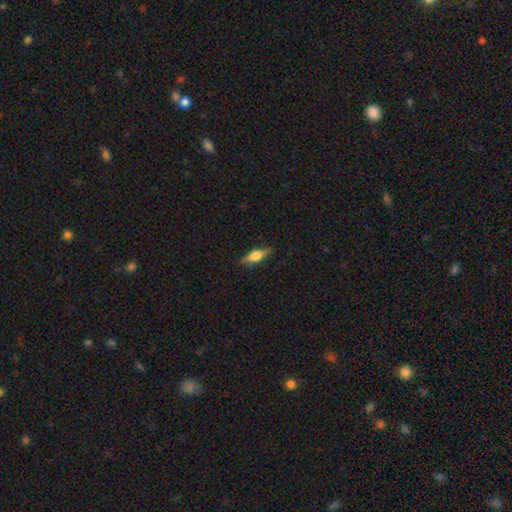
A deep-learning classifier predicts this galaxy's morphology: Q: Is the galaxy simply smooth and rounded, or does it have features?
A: smooth — 47%.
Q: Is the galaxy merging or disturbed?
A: none — 86%.